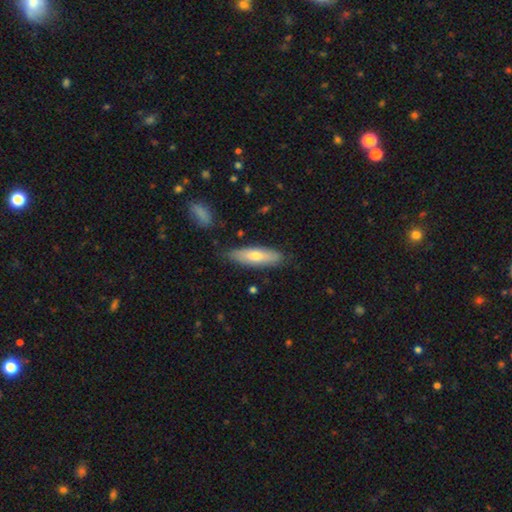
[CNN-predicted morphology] type=smooth (66%); roundness=cigar-shaped (55%); merging=none (79%).